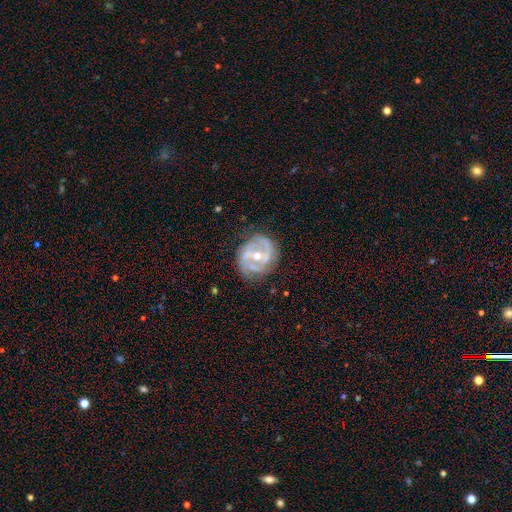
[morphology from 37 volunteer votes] Smooth or featured? 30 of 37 (81%) said featured or disk. Edge-on disk? 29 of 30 (97%) said no. Bar? 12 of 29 (41%) said no. Spiral arms? 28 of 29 (97%) said yes. Spiral winding? 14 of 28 (50%) said medium. Spiral arm count? 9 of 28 (32%) said 3. Bulge size? 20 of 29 (69%) said moderate. Merging? 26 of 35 (74%) said none.